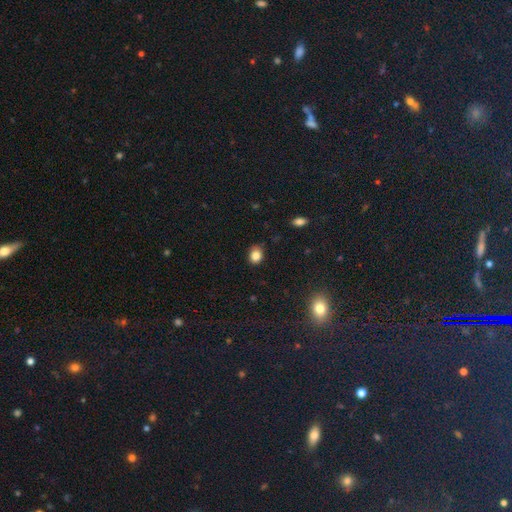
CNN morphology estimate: Smooth or featured? smooth (84%)
How rounded? round (52%)
Merging? none (82%)